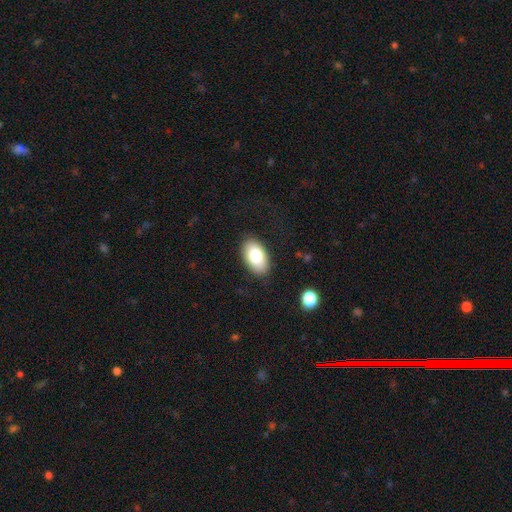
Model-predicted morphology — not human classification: The model was most divided on "smooth or featured": smooth: 81%, featured or disk: 12%, star or artifact: 7%. More confident: how rounded — in between (94%); merging — none (86%).